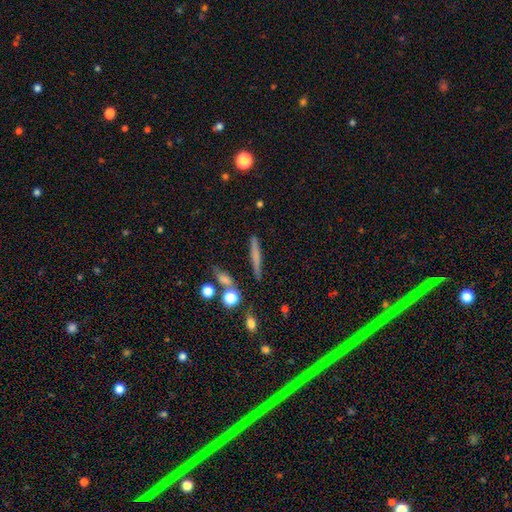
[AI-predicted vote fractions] A smooth galaxy with no disk features (60%) that is cigar-shaped (89%). Merging: none (82%).